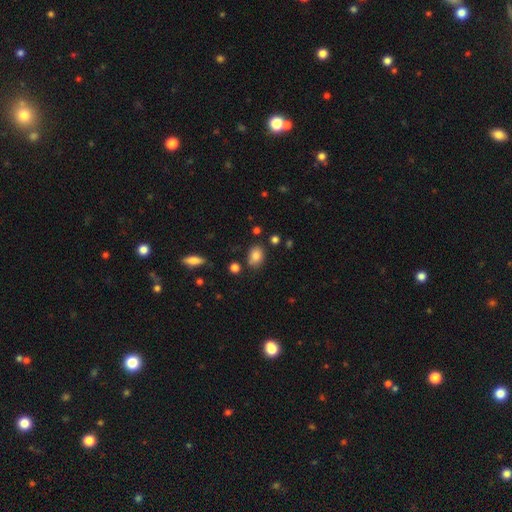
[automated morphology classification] Smooth or featured? Predicted: smooth (p=0.83). How rounded? Predicted: in between (p=0.74). Merging? Predicted: none (p=0.78).